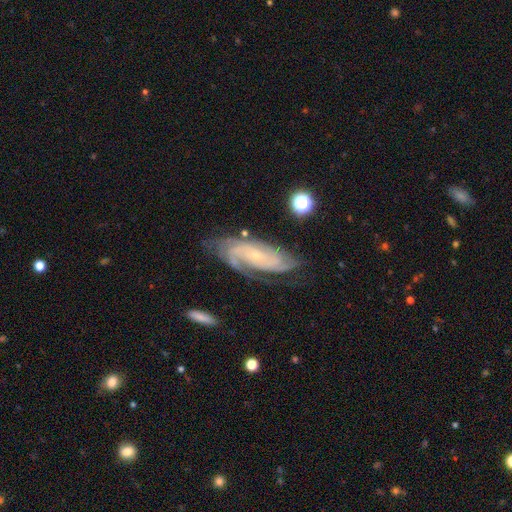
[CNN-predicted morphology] featured or disk 86%, smooth 8%, star or artifact 6%. Down the decision tree: edge-on disk — no (93%); bar — no (68%); spiral arms — yes (97%); spiral arm count — 2 (38%); spiral winding — tight (62%); bulge size — small (80%); merging — none (71%).